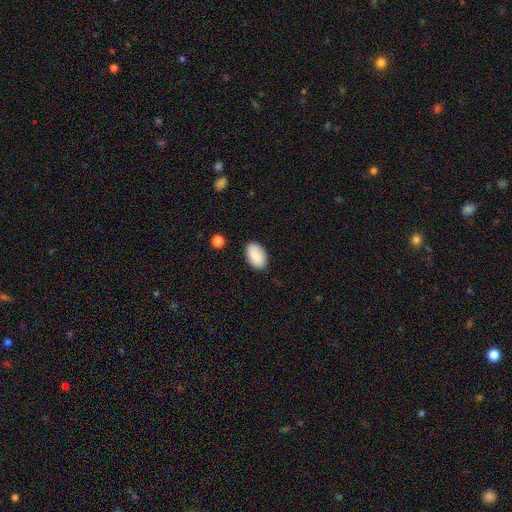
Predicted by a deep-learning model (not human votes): Q: Smooth or featured?
A: smooth (84%); runner-up: featured or disk (10%)
Q: How rounded?
A: in between (93%); runner-up: round (6%)
Q: Merging?
A: none (85%); runner-up: minor disturbance (11%)